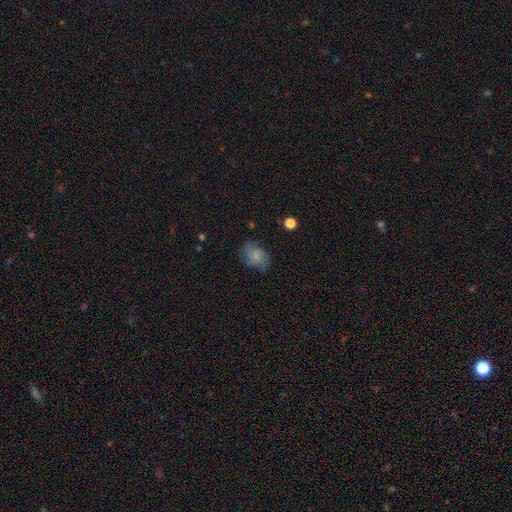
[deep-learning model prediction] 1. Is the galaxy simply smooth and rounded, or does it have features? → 61% smooth, 29% featured or disk, 10% star or artifact.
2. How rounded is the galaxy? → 65% in between, 33% round, 1% cigar-shaped.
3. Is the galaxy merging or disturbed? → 63% none, 25% minor disturbance, 11% major disturbance, 2% merger.